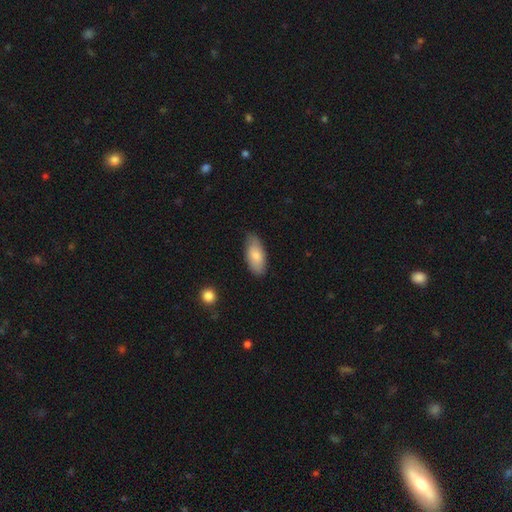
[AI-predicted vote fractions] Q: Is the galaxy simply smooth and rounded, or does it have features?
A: smooth — 79%.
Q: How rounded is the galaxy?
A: in between — 90%.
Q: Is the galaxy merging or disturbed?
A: none — 74%.